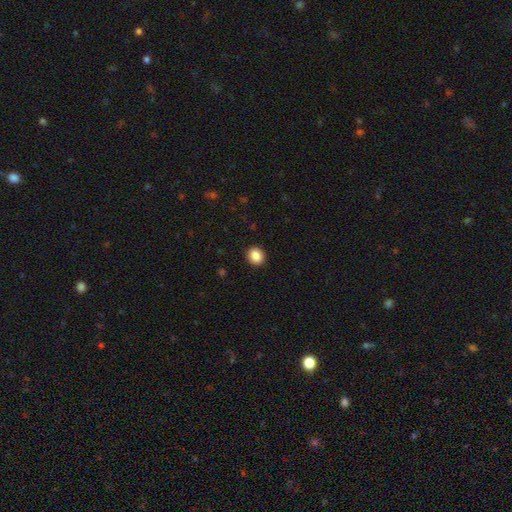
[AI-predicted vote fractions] smooth_or_featured: smooth (p=0.88) [alt: star or artifact p=0.09]
how_rounded: round (p=0.77) [alt: in between p=0.22]
merging: none (p=0.92) [alt: minor disturbance p=0.05]